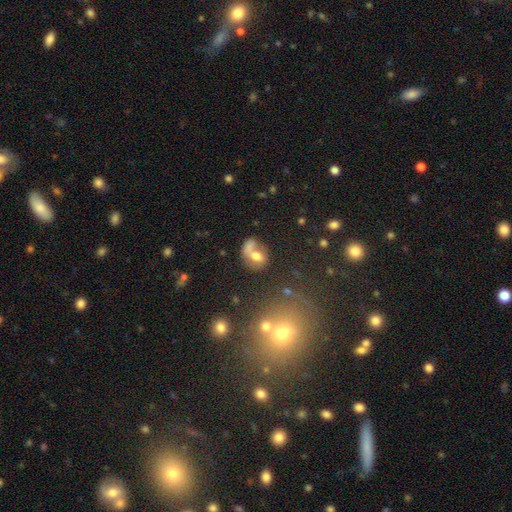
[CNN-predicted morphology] The model was most divided on "how rounded": in between: 55%, round: 44%, cigar-shaped: 1%. More confident: smooth or featured — smooth (62%); merging — merger (52%).